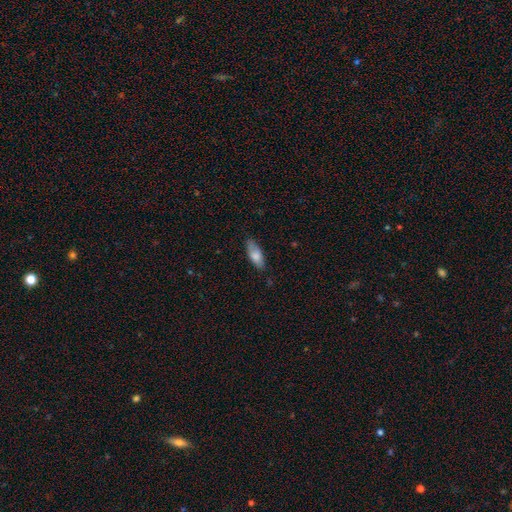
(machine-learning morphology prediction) A smooth galaxy with no disk features (77%) that is in between round and cigar-shaped (73%).

Vote fractions:
- Smooth or featured? smooth: 77% / featured or disk: 17% / star or artifact: 6%
- How rounded? in between: 73% / cigar-shaped: 25% / round: 2%
- Merging? none: 77% / minor disturbance: 19% / major disturbance: 3% / merger: 1%